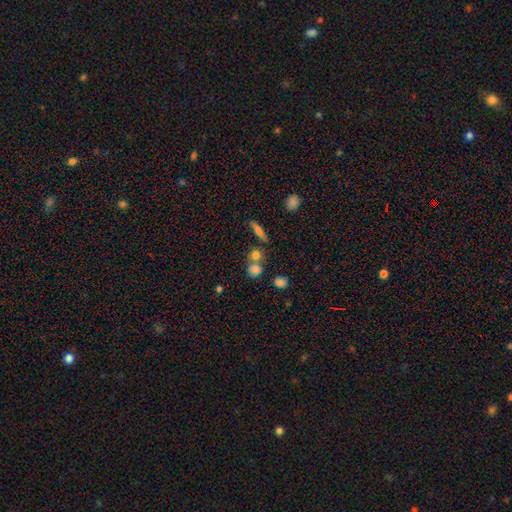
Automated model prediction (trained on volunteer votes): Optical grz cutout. It shows a smooth galaxy with no disk features (71%) that is round (74%). Merging: none (53%).